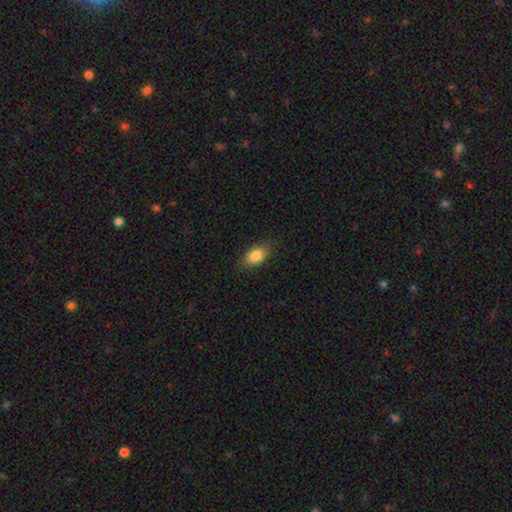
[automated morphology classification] A smooth galaxy with no disk features (85%) that is in between round and cigar-shaped (89%).

Vote fractions:
- Smooth or featured? smooth: 85% / featured or disk: 8% / star or artifact: 8%
- How rounded? in between: 89% / round: 8% / cigar-shaped: 3%
- Merging? none: 85% / minor disturbance: 11% / major disturbance: 3% / merger: 1%